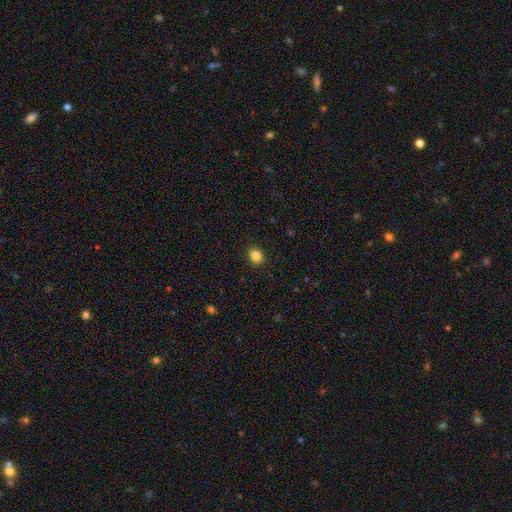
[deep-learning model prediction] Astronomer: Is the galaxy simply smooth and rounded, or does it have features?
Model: smooth — 84%.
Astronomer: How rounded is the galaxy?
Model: round — 65%.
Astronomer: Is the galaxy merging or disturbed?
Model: none — 91%.